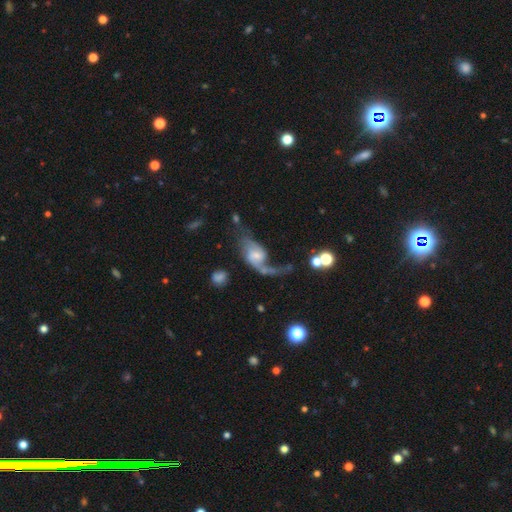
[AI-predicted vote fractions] A featured or disk galaxy (77%) with no bar (51%), 2 (67%) loose (77%) spiral arms (90%) and a small central bulge (48%). Merging: major disturbance (40%).